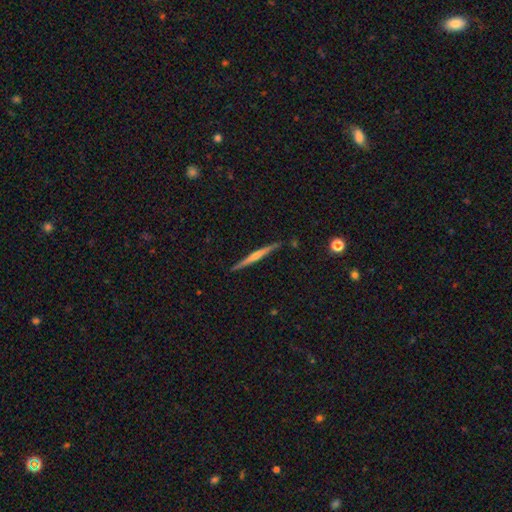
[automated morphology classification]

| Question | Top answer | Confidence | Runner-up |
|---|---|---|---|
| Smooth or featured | featured or disk | 72% | smooth (22%) |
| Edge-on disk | yes | 98% | no (2%) |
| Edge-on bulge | rounded | 66% | none (27%) |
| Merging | none | 91% | minor disturbance (7%) |